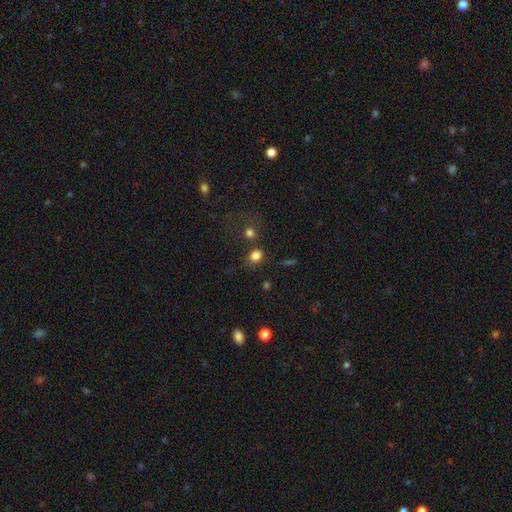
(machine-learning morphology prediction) A smooth galaxy with no disk features (81%) that is round (54%).

Vote fractions:
- Smooth or featured? smooth: 81% / star or artifact: 14% / featured or disk: 6%
- How rounded? round: 54% / in between: 45% / cigar-shaped: 1%
- Merging? none: 64% / minor disturbance: 16% / merger: 12% / major disturbance: 8%